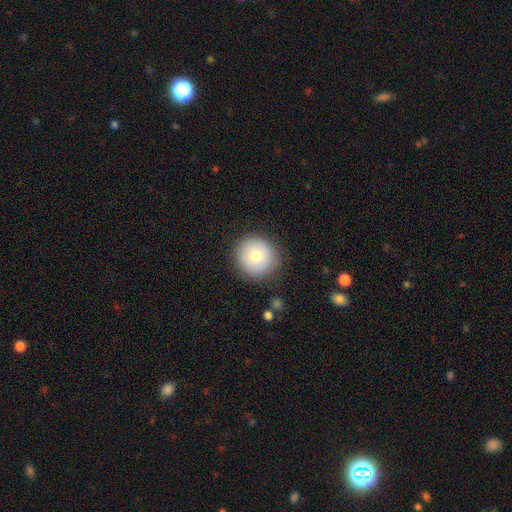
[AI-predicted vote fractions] smooth-or-featured: smooth: 77% | featured or disk: 14% | star or artifact: 9%
  how-rounded: round: 93% | in between: 6% | cigar-shaped: 1%
  merging: none: 87% | minor disturbance: 9% | major disturbance: 3% | merger: 1%